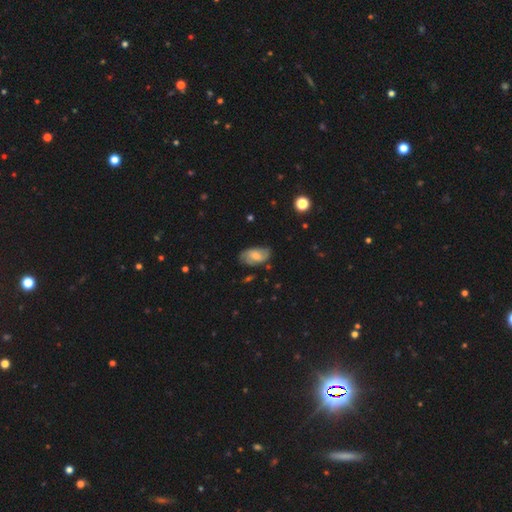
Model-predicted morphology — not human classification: Overall: featured or disk (50%; smooth 42%). Edge-on disk: no (95%). Merging: none (70%).